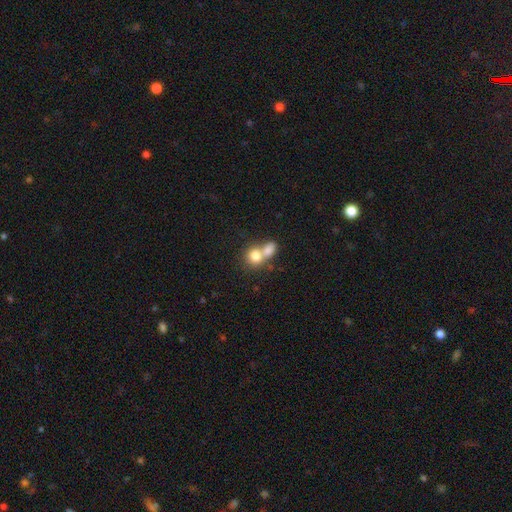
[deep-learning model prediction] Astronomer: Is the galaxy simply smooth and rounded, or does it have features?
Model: smooth — 78%.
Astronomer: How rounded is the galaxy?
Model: round — 69%.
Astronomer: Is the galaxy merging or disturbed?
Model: merger — 63%.